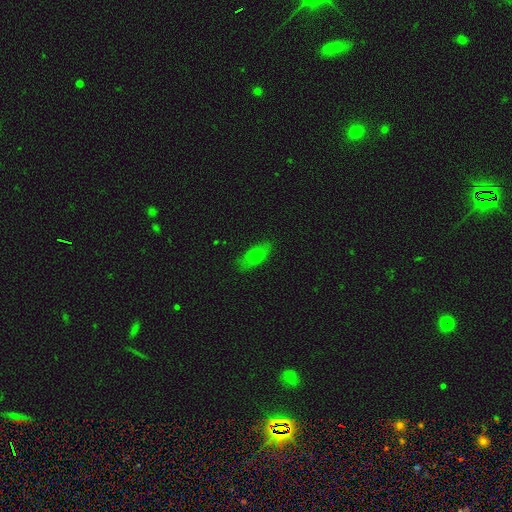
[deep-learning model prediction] Smooth or featured? Predicted: smooth (p=0.66). How rounded? Predicted: in between (p=0.78). Merging? Predicted: none (p=0.83).